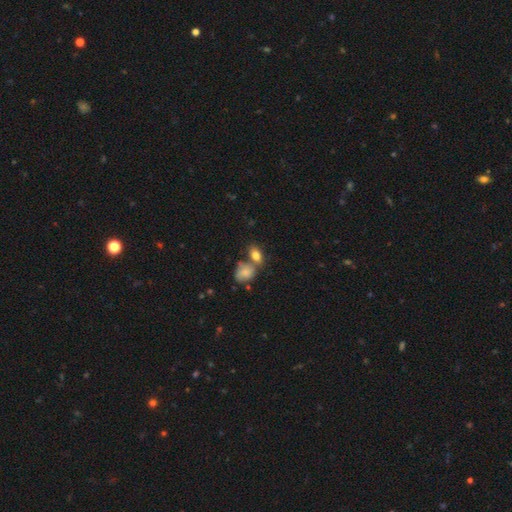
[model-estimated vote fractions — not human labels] Smooth or featured? Predicted: smooth (p=0.79). How rounded? Predicted: in between (p=0.81). Merging? Predicted: none (p=0.46).